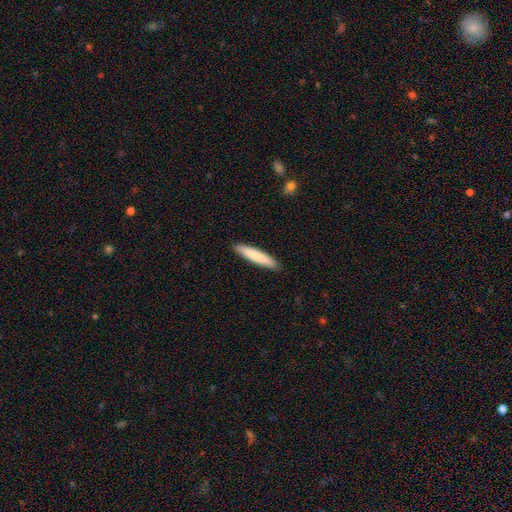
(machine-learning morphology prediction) This is clearly a smooth galaxy (81%). How rounded: clearly cigar-shaped (89%). Merging: clearly none (91%).